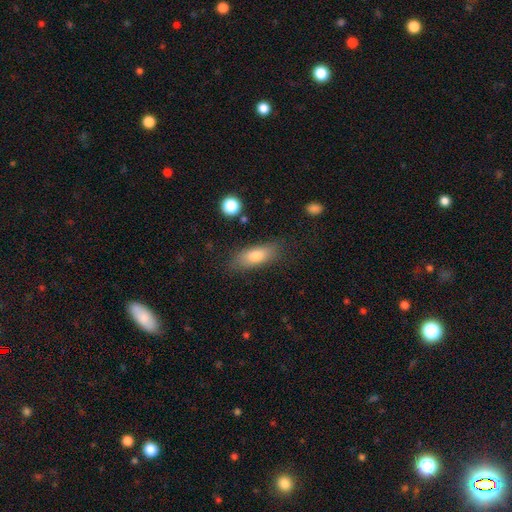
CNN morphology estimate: Smooth or featured: smooth — 74% (featured or disk — 18%)
How rounded: in between — 65% (cigar-shaped — 31%)
Merging: none — 80% (minor disturbance — 15%)